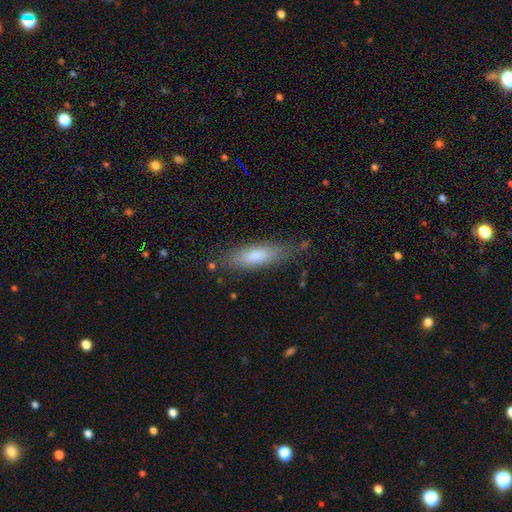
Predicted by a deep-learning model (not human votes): Smooth or featured? smooth (76%)
How rounded? cigar-shaped (56%)
Merging? none (78%)